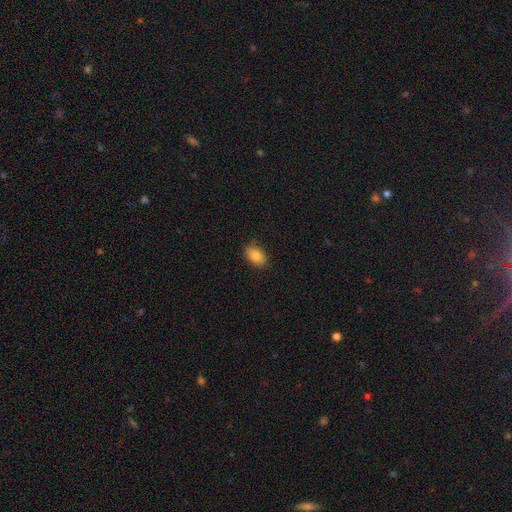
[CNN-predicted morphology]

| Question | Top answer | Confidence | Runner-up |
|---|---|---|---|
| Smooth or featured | smooth | 85% | star or artifact (8%) |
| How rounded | in between | 88% | round (11%) |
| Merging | none | 85% | minor disturbance (12%) |